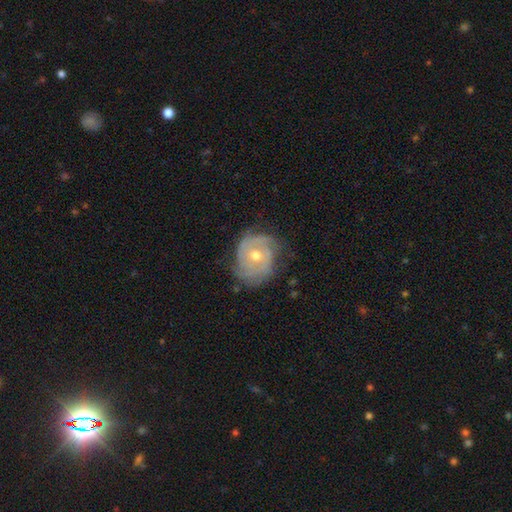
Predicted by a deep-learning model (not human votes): smooth_or_featured: featured or disk (p=0.80) [alt: smooth p=0.14]
disk_edge_on: no (p=0.97) [alt: yes p=0.03]
bar: no (p=0.77) [alt: weak p=0.19]
has_spiral_arms: yes (p=0.91) [alt: no p=0.09]
spiral_winding: tight (p=0.64) [alt: medium p=0.28]
spiral_arm_count: can't tell (p=0.30) [alt: 3 p=0.27]
bulge_size: moderate (p=0.66) [alt: small p=0.30]
merging: none (p=0.67) [alt: minor disturbance p=0.23]